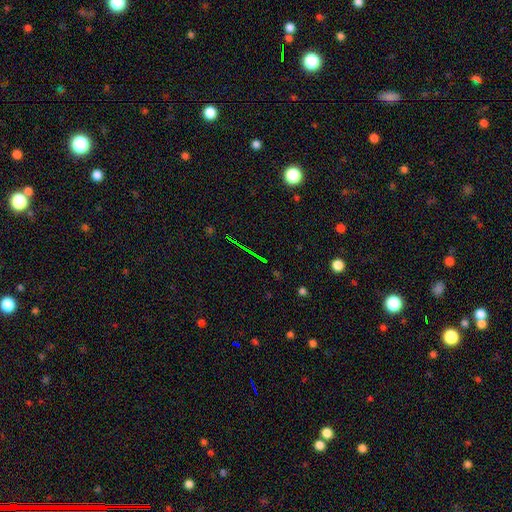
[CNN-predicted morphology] Q: Smooth or featured?
A: star or artifact (70%); runner-up: featured or disk (16%)